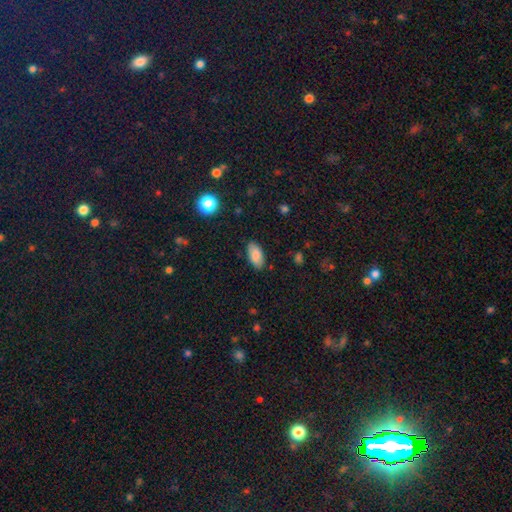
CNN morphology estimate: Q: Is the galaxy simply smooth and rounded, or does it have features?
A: smooth — 84%.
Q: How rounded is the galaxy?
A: in between — 93%.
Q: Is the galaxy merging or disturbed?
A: none — 84%.